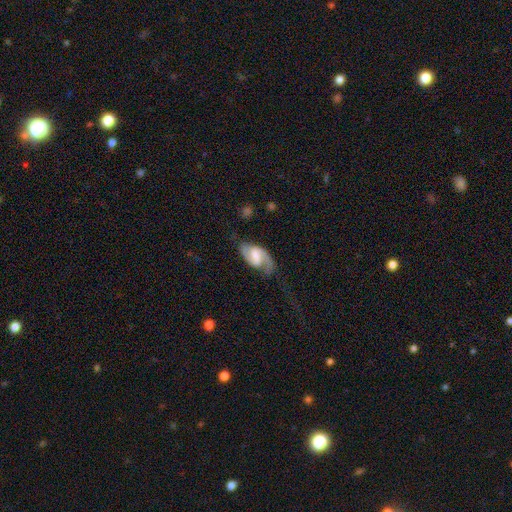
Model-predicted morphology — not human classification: Q: Smooth or featured?
A: featured or disk (83%); runner-up: smooth (12%)
Q: Edge-on disk?
A: no (97%); runner-up: yes (3%)
Q: Bar?
A: weak (50%); runner-up: strong (33%)
Q: Spiral arms?
A: yes (96%); runner-up: no (4%)
Q: Spiral winding?
A: medium (51%); runner-up: loose (27%)
Q: Spiral arm count?
A: 2 (87%); runner-up: 1 (7%)
Q: Bulge size?
A: moderate (36%); runner-up: small (26%)
Q: Merging?
A: none (65%); runner-up: minor disturbance (20%)